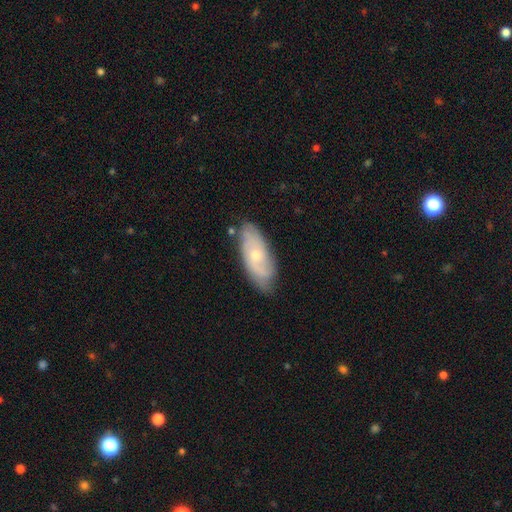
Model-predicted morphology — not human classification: Overall: featured or disk (55%; smooth 39%). Edge-on disk: no (86%). Merging: none (73%).